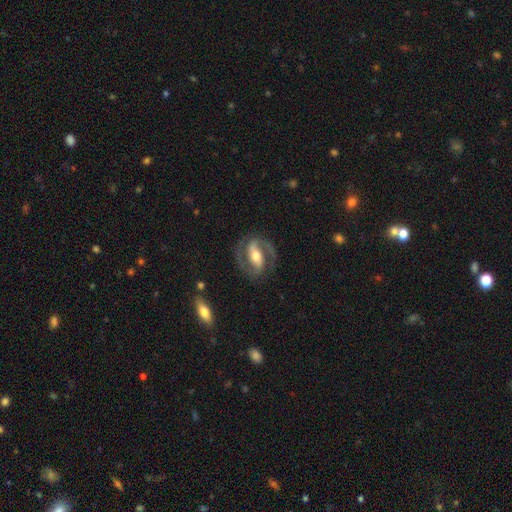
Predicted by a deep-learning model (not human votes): Morphology: type=featured or disk (87%); edge-on=no (96%); bar=strong (59%); spiral arms=yes (95%); winding=medium (57%); arm count=2 (92%); bulge=moderate (66%); merging=none (81%).